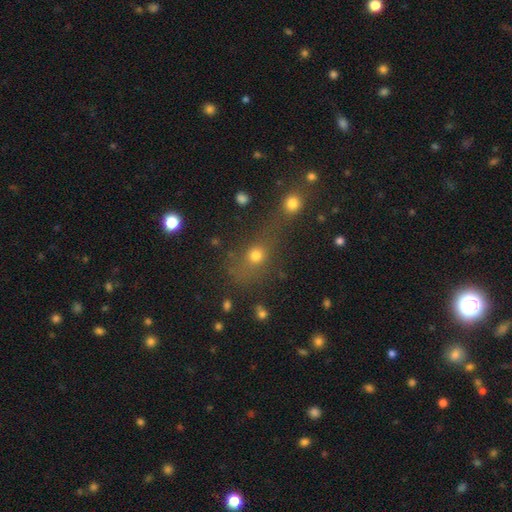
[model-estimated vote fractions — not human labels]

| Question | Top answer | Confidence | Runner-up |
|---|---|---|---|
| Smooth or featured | smooth | 68% | star or artifact (20%) |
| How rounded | round | 70% | in between (27%) |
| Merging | merger | 43% | none (38%) |